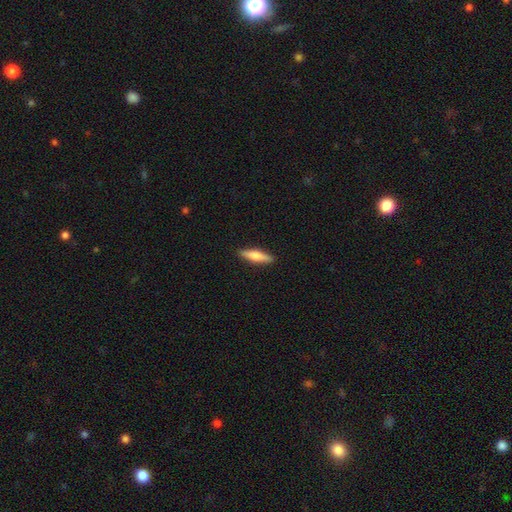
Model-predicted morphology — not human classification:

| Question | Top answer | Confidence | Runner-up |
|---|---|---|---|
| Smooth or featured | smooth | 65% | featured or disk (30%) |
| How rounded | cigar-shaped | 75% | in between (23%) |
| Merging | none | 90% | minor disturbance (7%) |